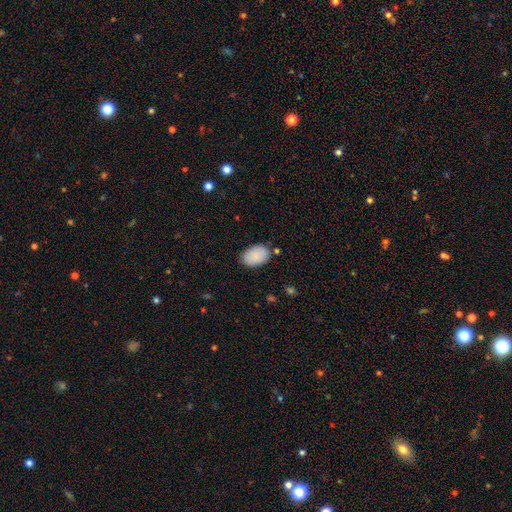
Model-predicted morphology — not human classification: Overall: smooth (89%). How rounded: in between (90%). Merging: none (83%).